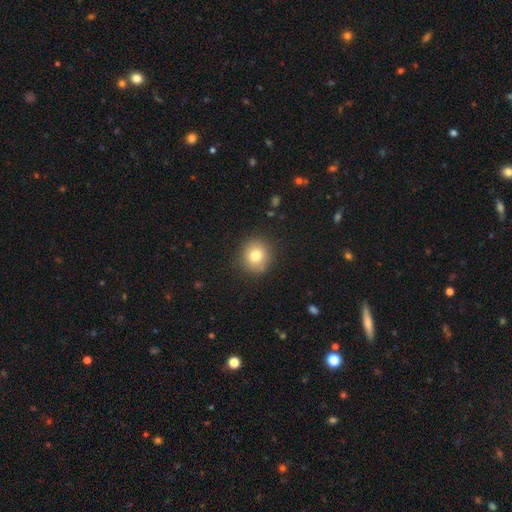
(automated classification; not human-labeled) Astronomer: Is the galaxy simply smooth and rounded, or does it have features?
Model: smooth — 78%.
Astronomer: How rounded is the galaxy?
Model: round — 87%.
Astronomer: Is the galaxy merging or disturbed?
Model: none — 88%.